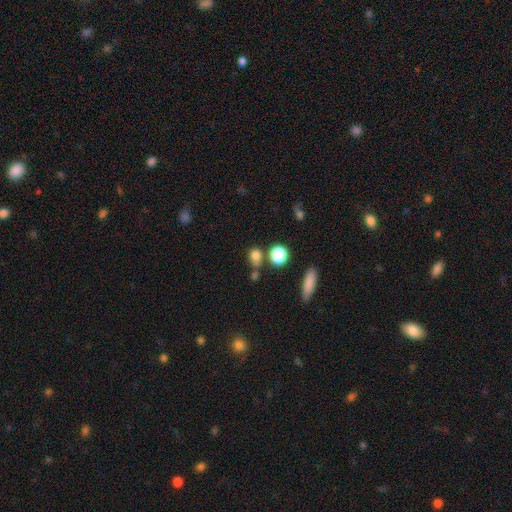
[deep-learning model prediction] smooth-or-featured: smooth: 78% | star or artifact: 16% | featured or disk: 7%
  how-rounded: round: 68% | in between: 30% | cigar-shaped: 3%
  merging: none: 61% | merger: 20% | minor disturbance: 14% | major disturbance: 6%